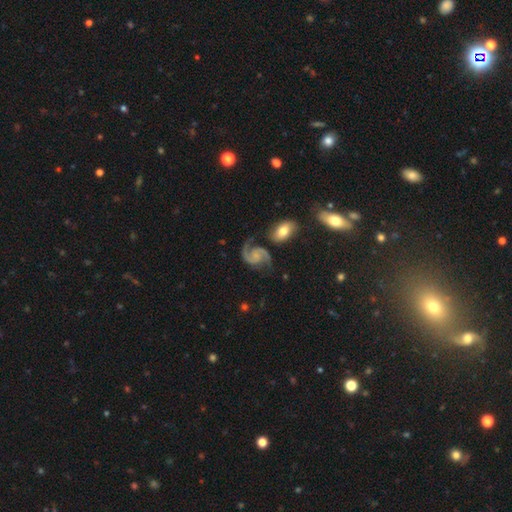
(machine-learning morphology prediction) featured or disk 90%, smooth 5%, star or artifact 5%. Down the decision tree: edge-on disk — no (98%); bar — no (59%); spiral arms — yes (98%); spiral arm count — 2 (93%); spiral winding — medium (56%); bulge size — none (48%); merging — none (69%).